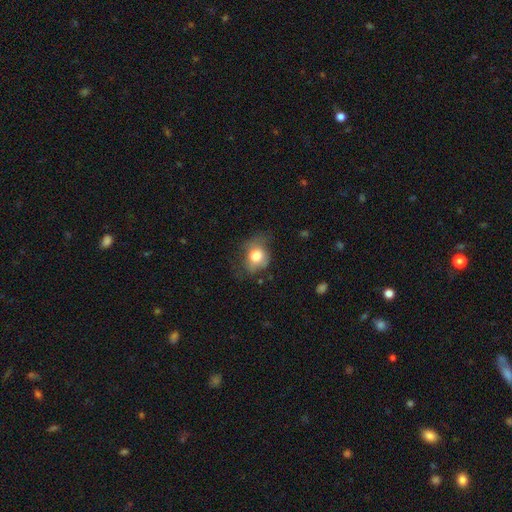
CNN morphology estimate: Smooth or featured? Predicted: smooth (p=0.74). How rounded? Predicted: round (p=0.54). Merging? Predicted: none (p=0.44).